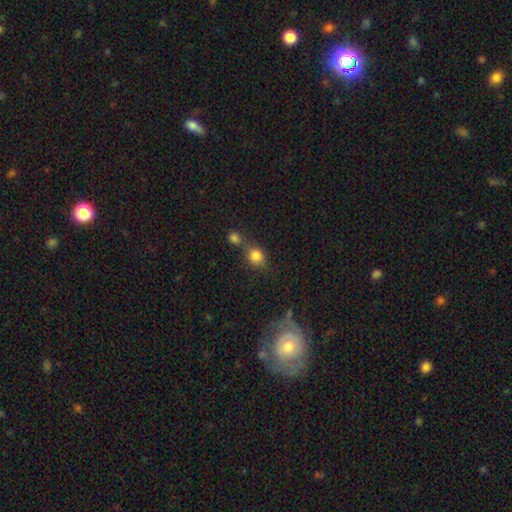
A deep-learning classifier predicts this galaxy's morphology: smooth 81%, star or artifact 12%, featured or disk 8%. Down the decision tree: how rounded — round (76%); merging — none (48%).